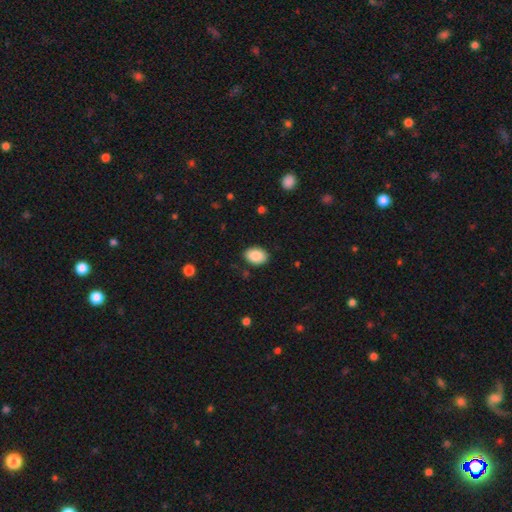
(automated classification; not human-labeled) Overall: smooth (88%). How rounded: in between (83%). Merging: none (87%).